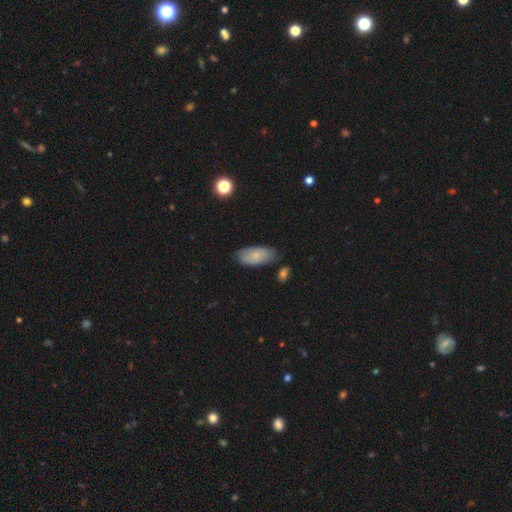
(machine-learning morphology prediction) The model was most divided on "smooth or featured": smooth: 72%, featured or disk: 22%, star or artifact: 7%. More confident: how rounded — in between (92%); merging — none (72%).